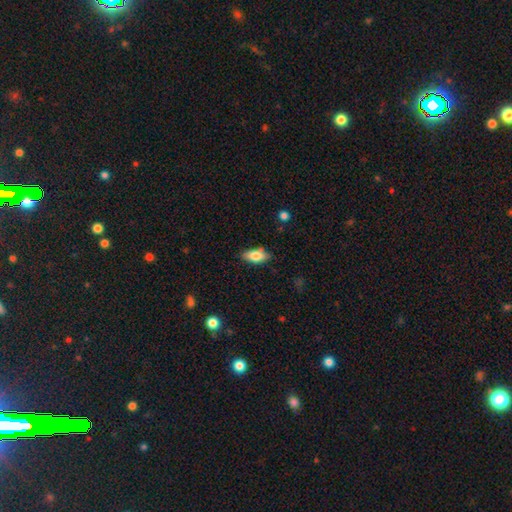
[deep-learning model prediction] smooth_or_featured: smooth (p=0.78) [alt: featured or disk p=0.15]
how_rounded: in between (p=0.86) [alt: cigar-shaped p=0.11]
merging: none (p=0.79) [alt: minor disturbance p=0.16]